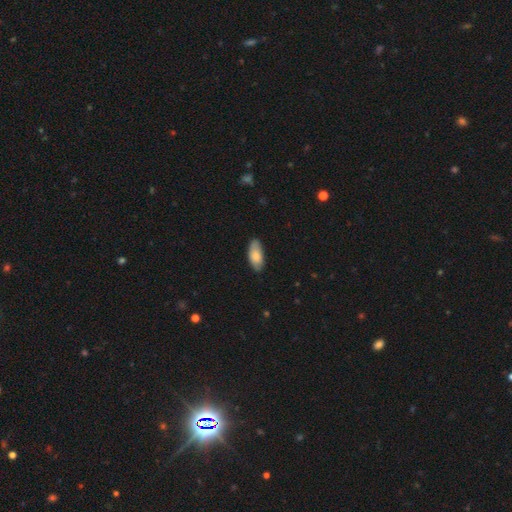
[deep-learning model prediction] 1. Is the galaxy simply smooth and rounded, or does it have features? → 81% smooth, 13% featured or disk, 6% star or artifact.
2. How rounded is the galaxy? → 88% in between, 10% cigar-shaped, 2% round.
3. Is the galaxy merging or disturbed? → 80% none, 16% minor disturbance, 2% major disturbance, 1% merger.